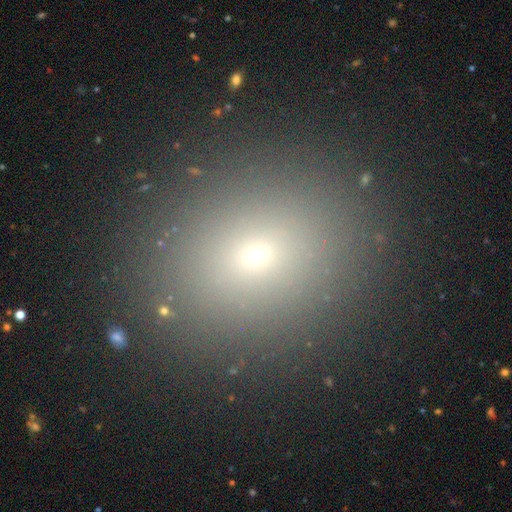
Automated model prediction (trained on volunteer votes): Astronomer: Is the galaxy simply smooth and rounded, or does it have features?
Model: smooth — 64%.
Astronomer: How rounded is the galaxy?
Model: in between — 51% (runner-up: round, 47%).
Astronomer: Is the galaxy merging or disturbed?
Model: none — 86%.